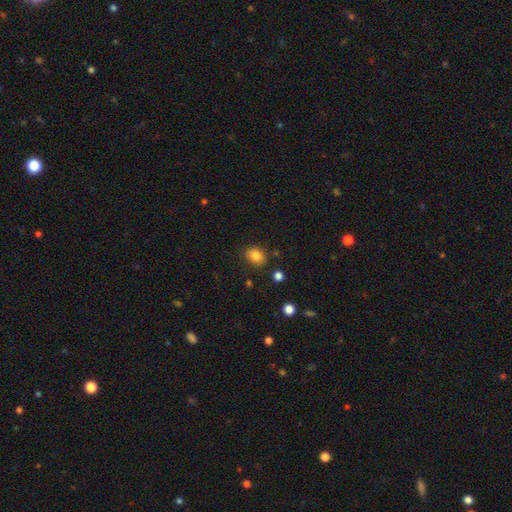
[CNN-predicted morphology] Q: Smooth or featured?
A: smooth (83%); runner-up: star or artifact (11%)
Q: How rounded?
A: in between (61%); runner-up: round (38%)
Q: Merging?
A: none (82%); runner-up: minor disturbance (12%)